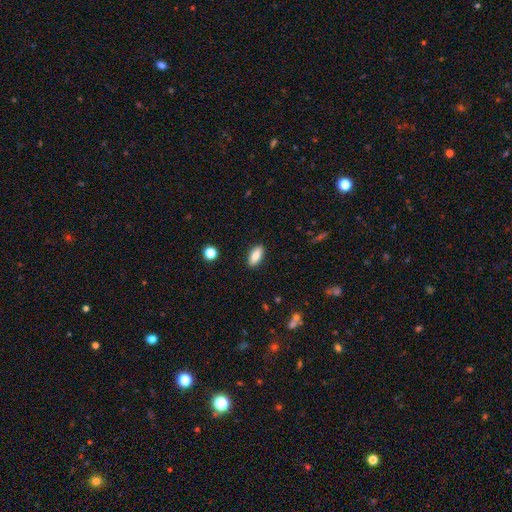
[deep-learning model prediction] Smooth or featured? smooth (85%)
How rounded? in between (84%)
Merging? none (89%)